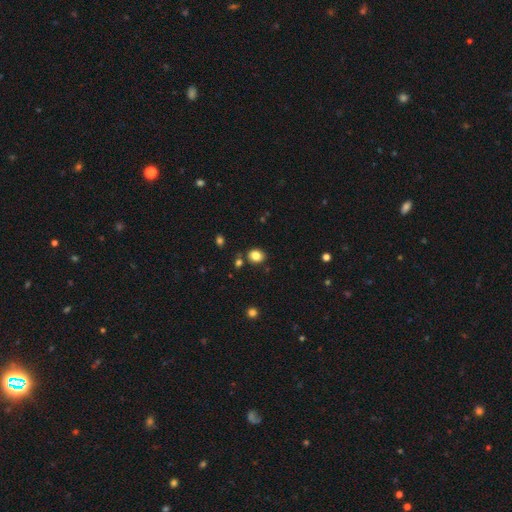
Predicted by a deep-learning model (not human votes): Smooth or featured?
  - smooth: 83% *
  - star or artifact: 11%
  - featured or disk: 6%
How rounded?
  - round: 60% *
  - in between: 39%
  - cigar-shaped: 1%
Merging?
  - none: 81% *
  - minor disturbance: 10%
  - merger: 6%
  - major disturbance: 3%